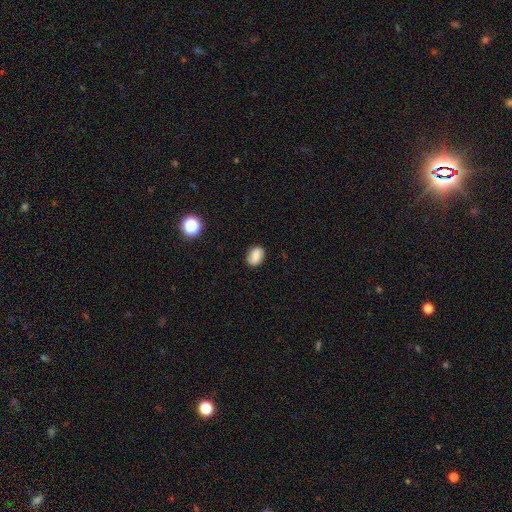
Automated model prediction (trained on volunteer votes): Smooth or featured? Predicted: smooth (p=0.66). How rounded? Predicted: in between (p=0.71). Merging? Predicted: none (p=0.83).